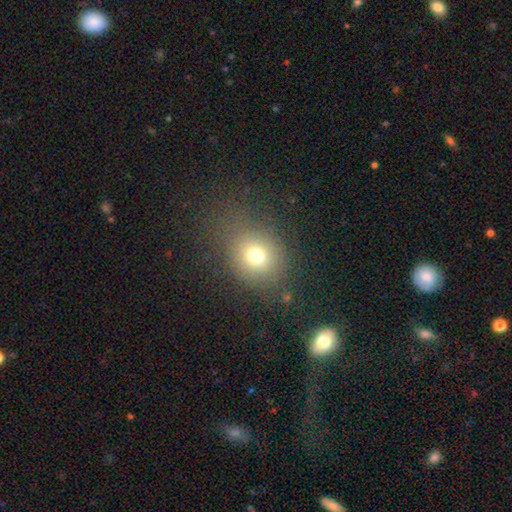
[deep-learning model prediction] Smooth or featured? Predicted: smooth (p=0.73). How rounded? Predicted: round (p=0.72). Merging? Predicted: none (p=0.70).